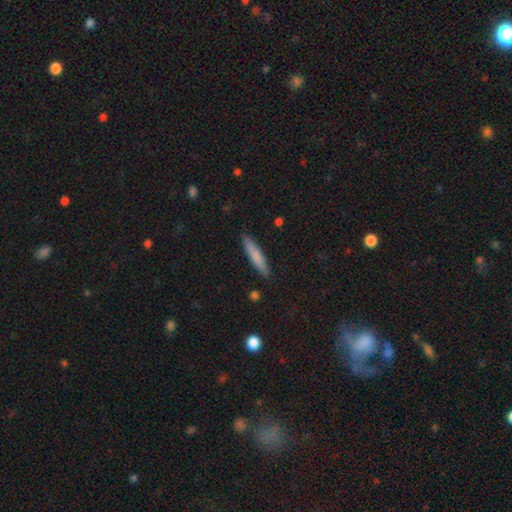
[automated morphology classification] type=smooth (76%); roundness=cigar-shaped (89%); merging=none (89%).